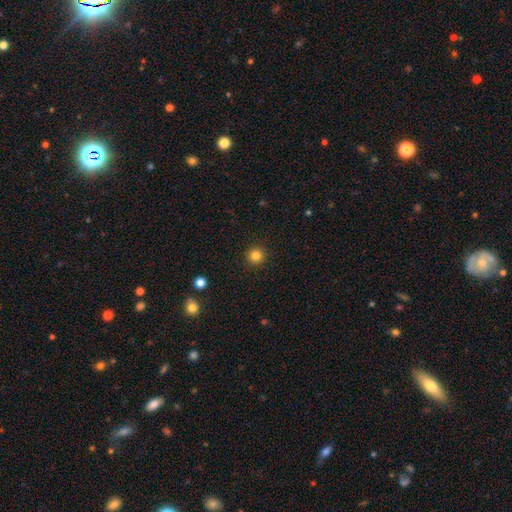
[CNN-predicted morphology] Q: Smooth or featured?
A: smooth (82%); runner-up: star or artifact (13%)
Q: How rounded?
A: round (95%); runner-up: in between (4%)
Q: Merging?
A: none (92%); runner-up: minor disturbance (5%)